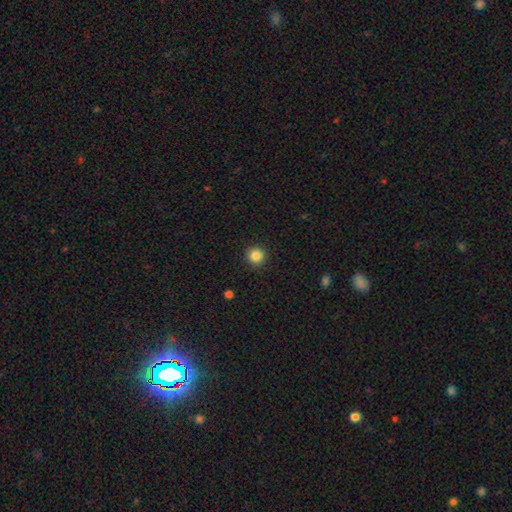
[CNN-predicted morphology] This appears to be a smooth galaxy with no disk features (86%) that is round (94%). Merging: none (92%).